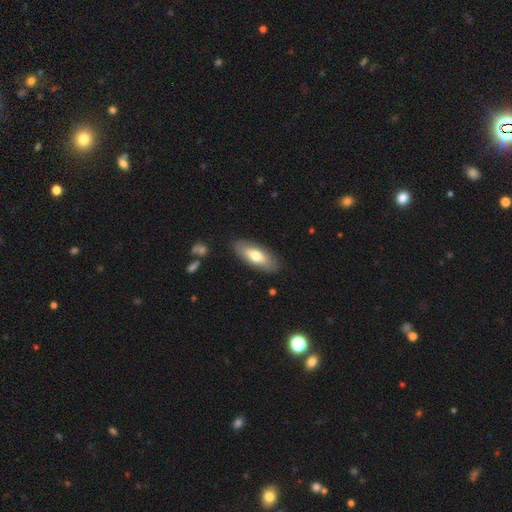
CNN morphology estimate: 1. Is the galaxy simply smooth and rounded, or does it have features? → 63% smooth, 31% featured or disk, 6% star or artifact.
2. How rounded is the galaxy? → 77% in between, 21% cigar-shaped, 2% round.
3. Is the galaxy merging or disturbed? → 86% none, 10% minor disturbance, 3% major disturbance, 1% merger.